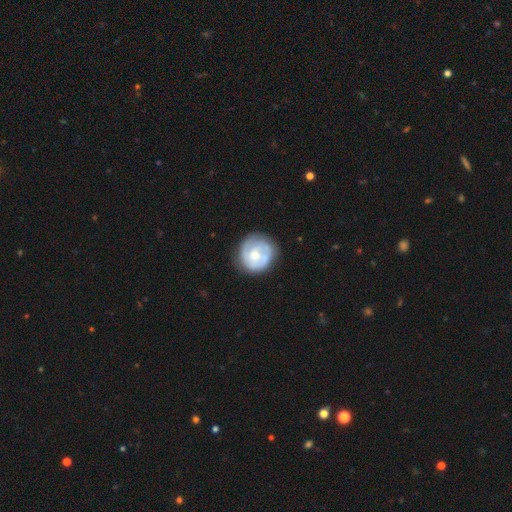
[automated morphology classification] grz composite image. It shows a featured or disk galaxy (56%) with no bar (74%), spiral arms (66%) and a moderate central bulge (54%). Merging: none (71%).